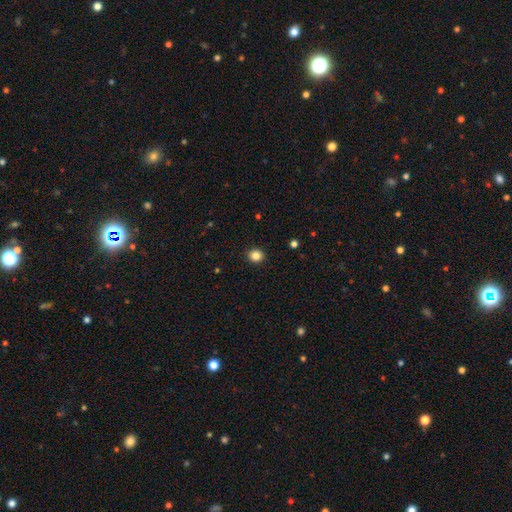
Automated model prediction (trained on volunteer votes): Smooth or featured: smooth — 84% (star or artifact — 11%)
How rounded: round — 85% (in between — 14%)
Merging: none — 92% (minor disturbance — 5%)